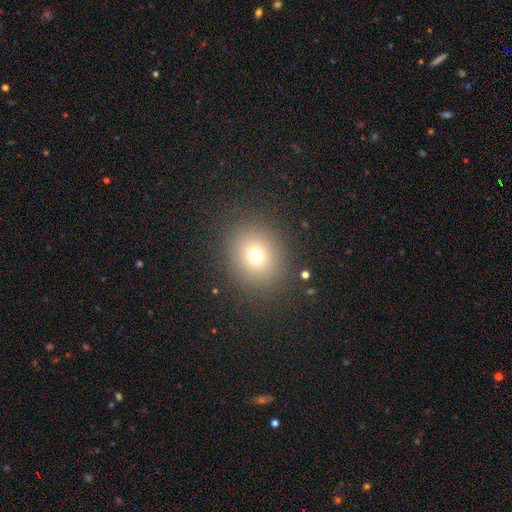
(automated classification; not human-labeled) This is likely a smooth galaxy (72%). How rounded: likely round (65%). Merging: clearly none (87%).